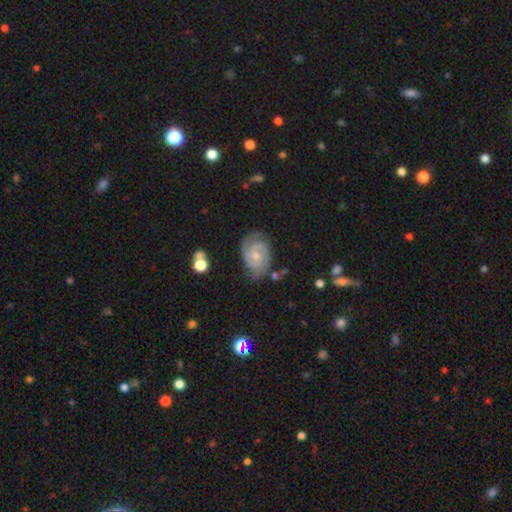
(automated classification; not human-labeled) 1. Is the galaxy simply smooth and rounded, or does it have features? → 83% featured or disk, 11% smooth, 6% star or artifact.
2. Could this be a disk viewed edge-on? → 97% no, 3% yes.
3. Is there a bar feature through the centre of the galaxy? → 55% no, 39% weak, 6% strong.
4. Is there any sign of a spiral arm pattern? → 96% yes, 4% no.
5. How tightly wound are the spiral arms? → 51% tight, 40% medium, 9% loose.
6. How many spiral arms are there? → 73% 2, 10% 3, 10% can't tell, 3% 1, 2% 4, 2% more than 4.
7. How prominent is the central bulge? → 54% small, 39% moderate, 4% none, 2% large, 1% dominant.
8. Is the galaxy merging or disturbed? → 70% none, 21% minor disturbance, 7% major disturbance, 3% merger.